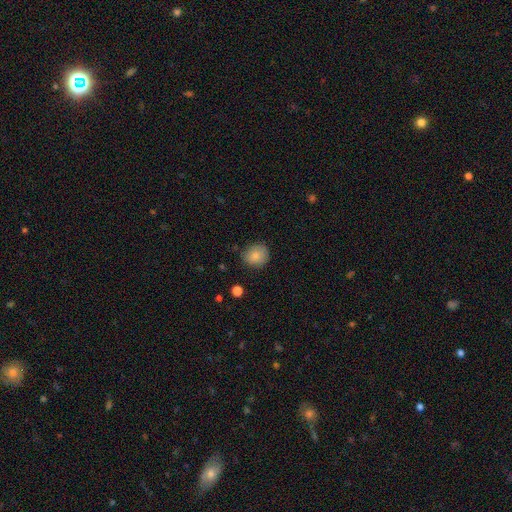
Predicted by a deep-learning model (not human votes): Smooth or featured? smooth (84%)
How rounded? round (78%)
Merging? none (80%)